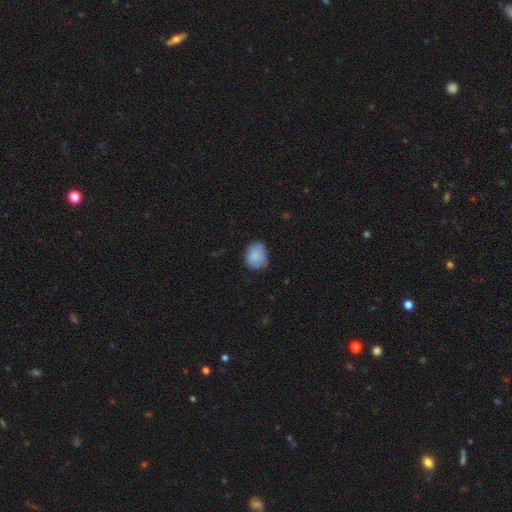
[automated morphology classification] Smooth or featured? smooth (85%)
How rounded? round (56%)
Merging? none (72%)